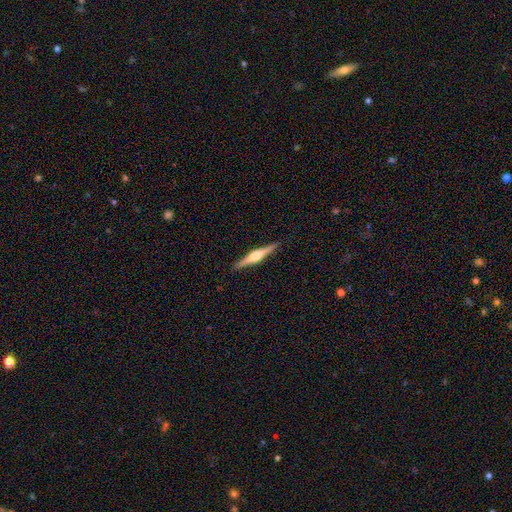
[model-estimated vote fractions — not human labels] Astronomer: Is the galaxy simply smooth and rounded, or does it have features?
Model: featured or disk — 76%.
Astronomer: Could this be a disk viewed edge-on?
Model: yes — 98%.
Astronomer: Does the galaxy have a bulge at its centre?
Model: rounded — 89%.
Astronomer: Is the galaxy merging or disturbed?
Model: none — 91%.